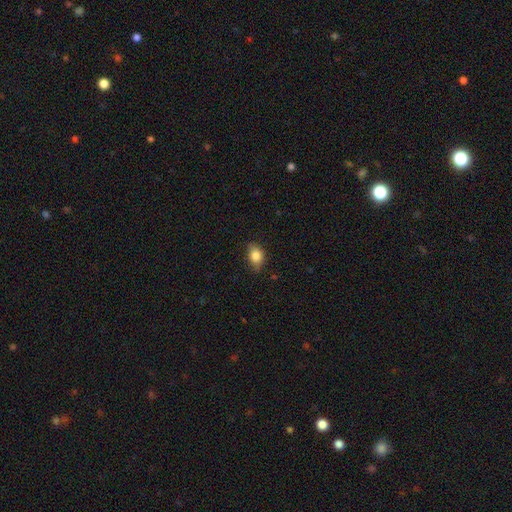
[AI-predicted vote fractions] Smooth or featured? Predicted: smooth (p=0.83). How rounded? Predicted: in between (p=0.69). Merging? Predicted: none (p=0.73).